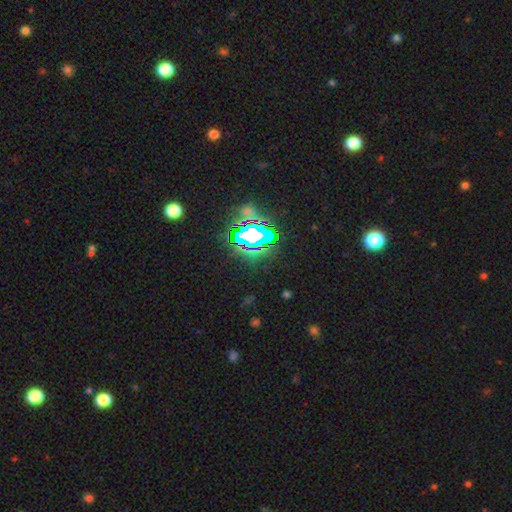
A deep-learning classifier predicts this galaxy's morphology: smooth-or-featured: star or artifact: 80% | smooth: 12% | featured or disk: 7%